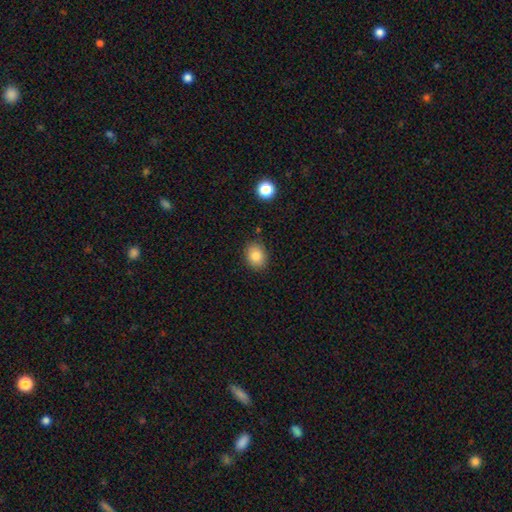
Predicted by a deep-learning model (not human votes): Overall: smooth (84%). How rounded: in between (51%; round 48%). Merging: none (87%).